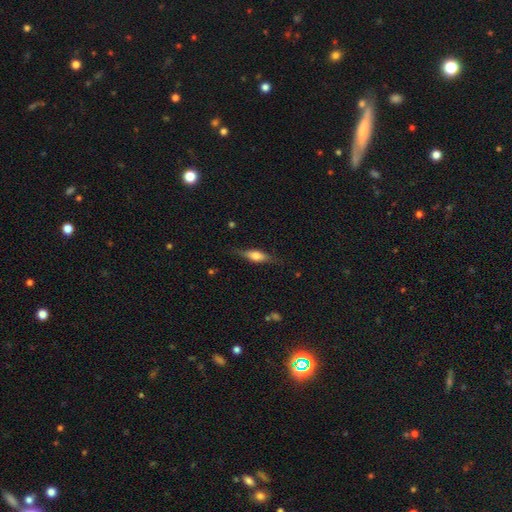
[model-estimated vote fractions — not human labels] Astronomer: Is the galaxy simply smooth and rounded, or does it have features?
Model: smooth — 47% (runner-up: featured or disk, 45%).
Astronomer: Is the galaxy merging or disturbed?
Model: none — 80%.